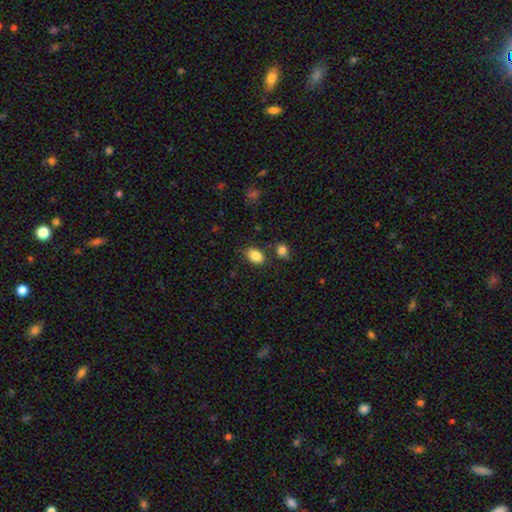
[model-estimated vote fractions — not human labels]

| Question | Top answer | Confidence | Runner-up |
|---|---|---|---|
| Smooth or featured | smooth | 86% | star or artifact (8%) |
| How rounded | in between | 85% | round (14%) |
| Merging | none | 75% | minor disturbance (14%) |